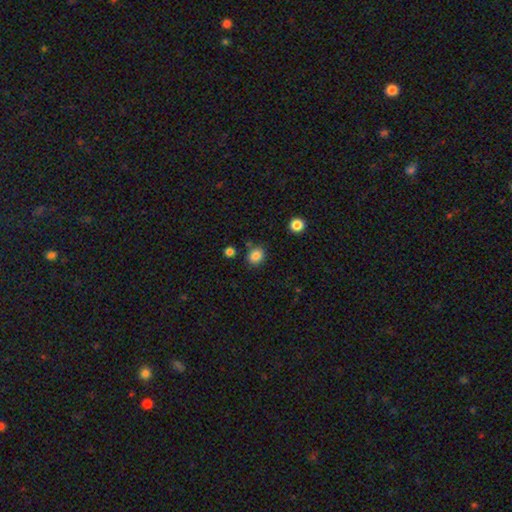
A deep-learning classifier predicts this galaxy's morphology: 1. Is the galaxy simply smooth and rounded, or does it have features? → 85% smooth, 11% star or artifact, 4% featured or disk.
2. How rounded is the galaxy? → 66% round, 33% in between, 1% cigar-shaped.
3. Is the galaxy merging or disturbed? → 80% none, 11% minor disturbance, 5% merger, 3% major disturbance.